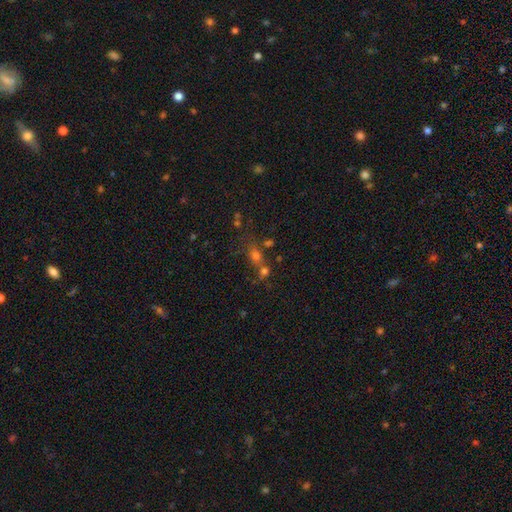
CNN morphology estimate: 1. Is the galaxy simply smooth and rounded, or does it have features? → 53% smooth, 32% star or artifact, 14% featured or disk.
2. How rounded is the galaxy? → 56% round, 39% in between, 5% cigar-shaped.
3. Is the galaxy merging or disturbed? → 48% none, 34% merger, 11% minor disturbance, 7% major disturbance.